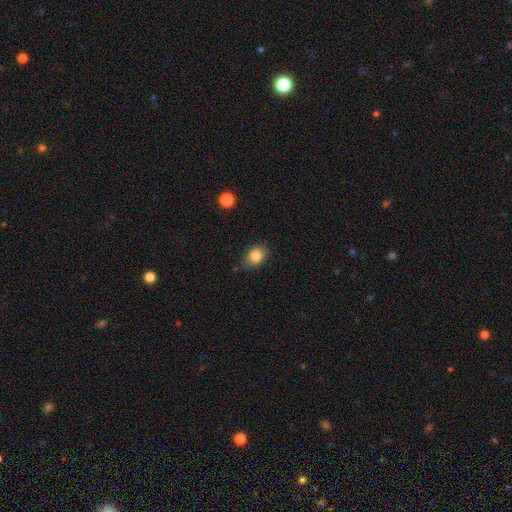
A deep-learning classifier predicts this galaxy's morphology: Q: Smooth or featured?
A: smooth (85%); runner-up: star or artifact (9%)
Q: How rounded?
A: in between (58%); runner-up: round (41%)
Q: Merging?
A: none (79%); runner-up: minor disturbance (16%)